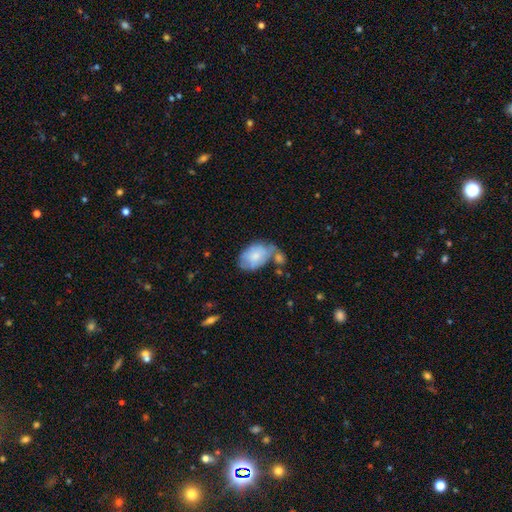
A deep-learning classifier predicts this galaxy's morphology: Smooth or featured?
  - smooth: 69% *
  - featured or disk: 25%
  - star or artifact: 6%
How rounded?
  - in between: 88% *
  - round: 11%
  - cigar-shaped: 1%
Merging?
  - none: 36% *
  - minor disturbance: 27%
  - merger: 26%
  - major disturbance: 11%